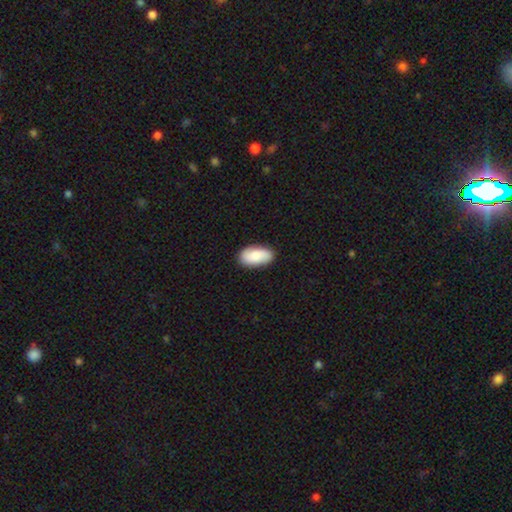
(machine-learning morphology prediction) type=smooth (82%); roundness=in between (94%); merging=none (86%).